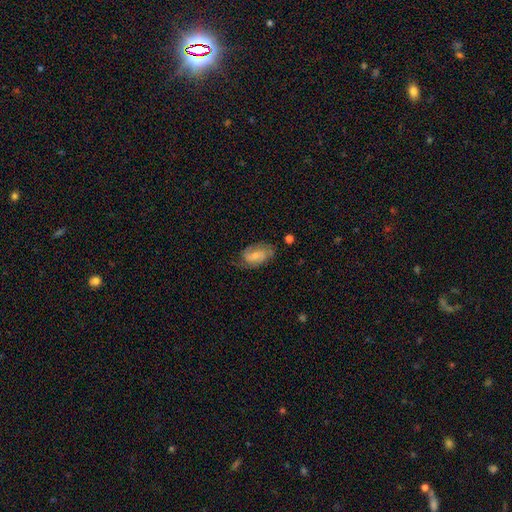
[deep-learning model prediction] Smooth or featured?
  - featured or disk: 58% *
  - smooth: 35%
  - star or artifact: 7%
Edge-on disk?
  - no: 96% *
  - yes: 4%
Bar?
  - no: 47% *
  - weak: 42%
  - strong: 11%
Spiral arms?
  - yes: 89% *
  - no: 11%
Bulge size?
  - small: 49% *
  - moderate: 26%
  - none: 19%
  - large: 4%
  - dominant: 2%
Merging?
  - none: 61% *
  - minor disturbance: 25%
  - major disturbance: 12%
  - merger: 2%